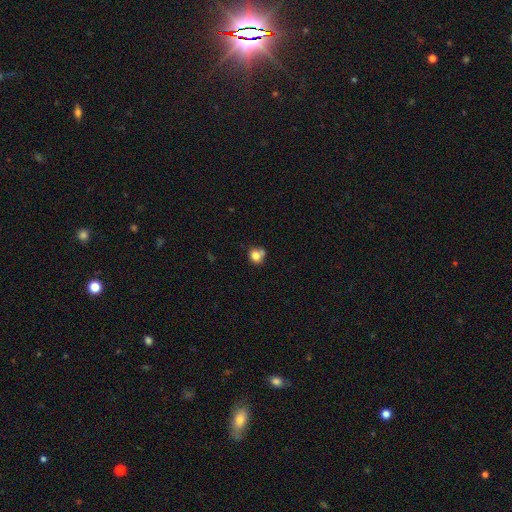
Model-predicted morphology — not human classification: type=smooth (79%); roundness=round (77%); merging=none (51%).